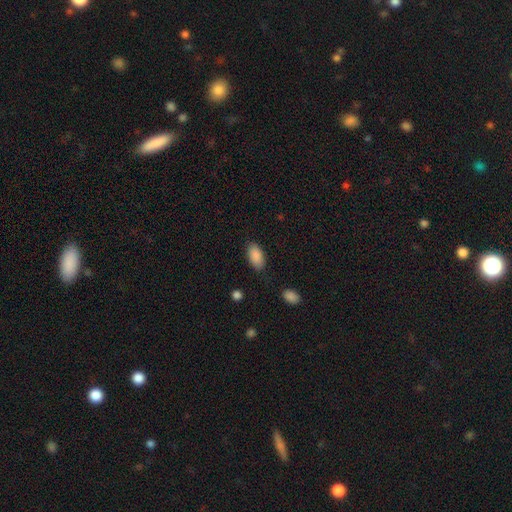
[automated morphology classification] This appears to be a smooth galaxy with no disk features (89%) that is in between round and cigar-shaped (93%). Merging: none (83%).